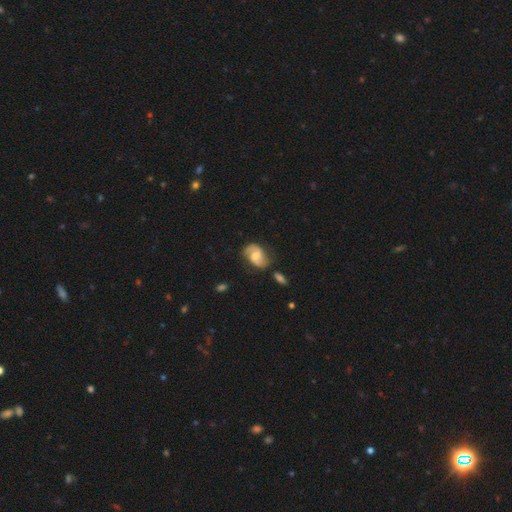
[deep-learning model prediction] featured or disk 71%, smooth 22%, star or artifact 7%. Down the decision tree: edge-on disk — no (97%); bar — weak (48%); spiral arms — yes (93%); spiral arm count — 2 (88%); spiral winding — medium (45%); bulge size — moderate (56%); merging — none (66%).